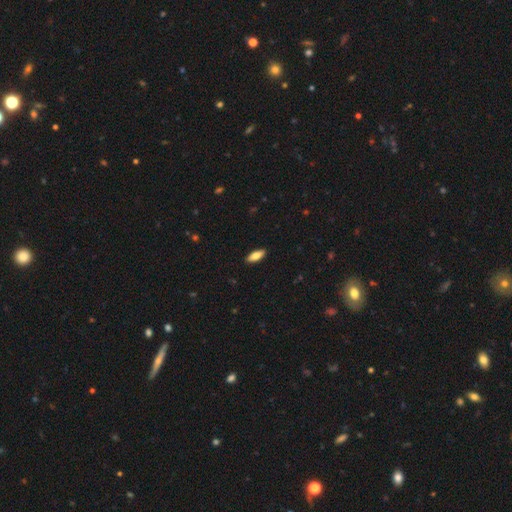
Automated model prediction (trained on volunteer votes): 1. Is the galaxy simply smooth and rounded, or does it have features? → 75% smooth, 18% featured or disk, 6% star or artifact.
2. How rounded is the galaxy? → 72% in between, 25% cigar-shaped, 2% round.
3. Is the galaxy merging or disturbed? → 90% none, 8% minor disturbance, 2% major disturbance, 1% merger.